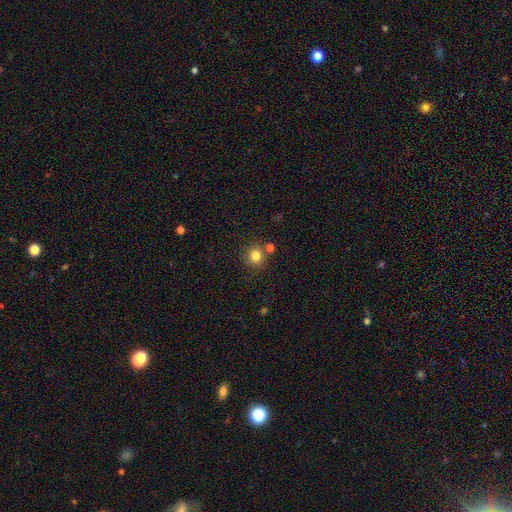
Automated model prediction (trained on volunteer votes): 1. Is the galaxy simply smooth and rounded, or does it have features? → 82% smooth, 12% star or artifact, 6% featured or disk.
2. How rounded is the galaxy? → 89% round, 10% in between, 1% cigar-shaped.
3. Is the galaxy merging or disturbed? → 76% none, 12% merger, 9% minor disturbance, 3% major disturbance.